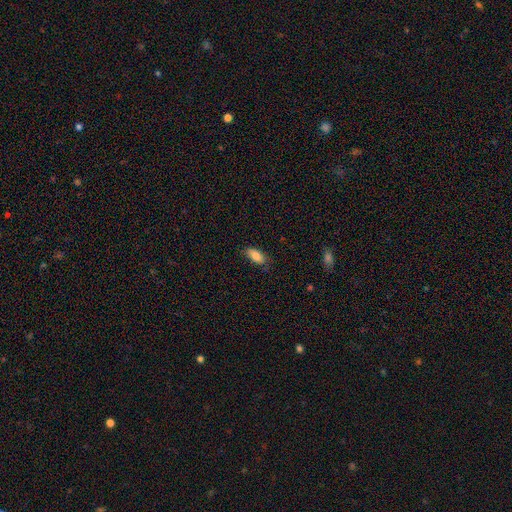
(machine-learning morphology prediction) Smooth or featured: smooth — 84% (featured or disk — 9%)
How rounded: in between — 88% (cigar-shaped — 9%)
Merging: none — 74% (minor disturbance — 20%)